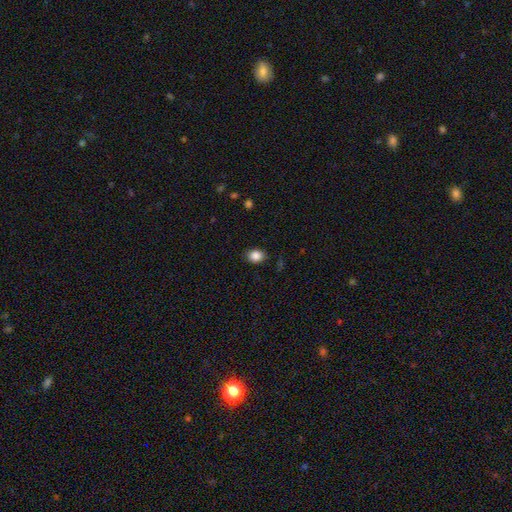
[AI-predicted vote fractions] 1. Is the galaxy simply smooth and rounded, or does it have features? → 86% smooth, 9% star or artifact, 4% featured or disk.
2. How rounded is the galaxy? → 55% in between, 44% round, 1% cigar-shaped.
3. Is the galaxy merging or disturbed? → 85% none, 11% minor disturbance, 3% major disturbance, 1% merger.